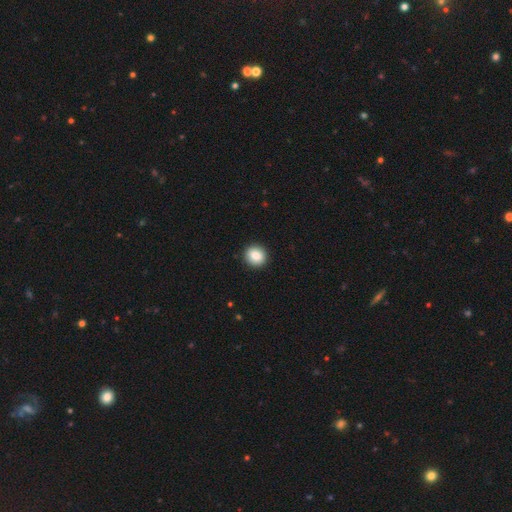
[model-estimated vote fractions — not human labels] The model was most divided on "smooth or featured": smooth: 85%, star or artifact: 9%, featured or disk: 6%. More confident: merging — none (93%); how rounded — round (89%).